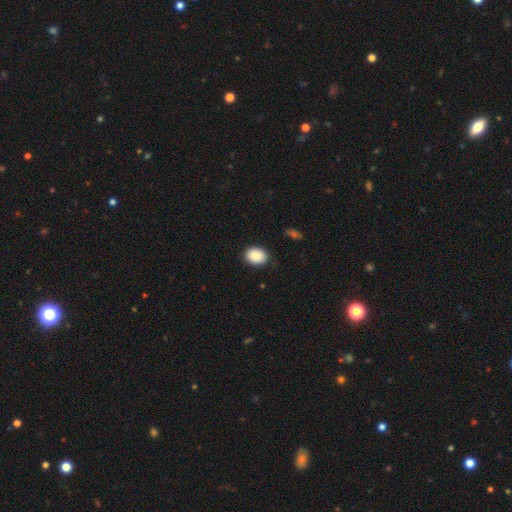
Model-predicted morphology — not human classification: Smooth or featured: smooth — 89% (star or artifact — 7%)
How rounded: in between — 65% (round — 34%)
Merging: none — 84% (minor disturbance — 12%)